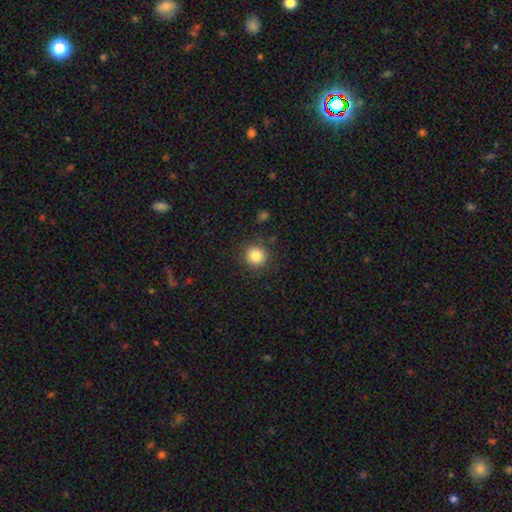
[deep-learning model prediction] The model was most divided on "smooth or featured": smooth: 83%, star or artifact: 11%, featured or disk: 6%. More confident: how rounded — round (94%); merging — none (88%).